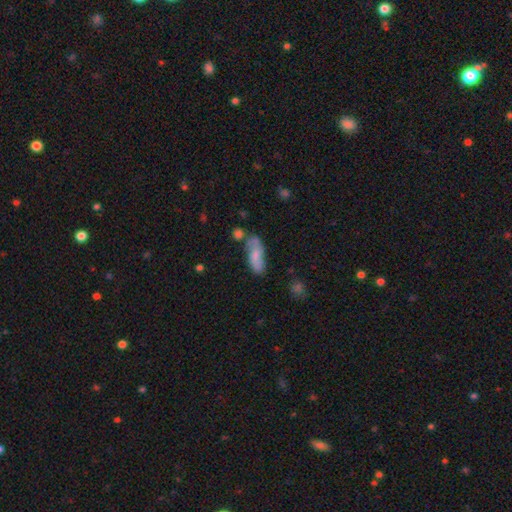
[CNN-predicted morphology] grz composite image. It shows a smooth galaxy with no disk features (61%) that is in between round and cigar-shaped (73%). Merging: none (58%).